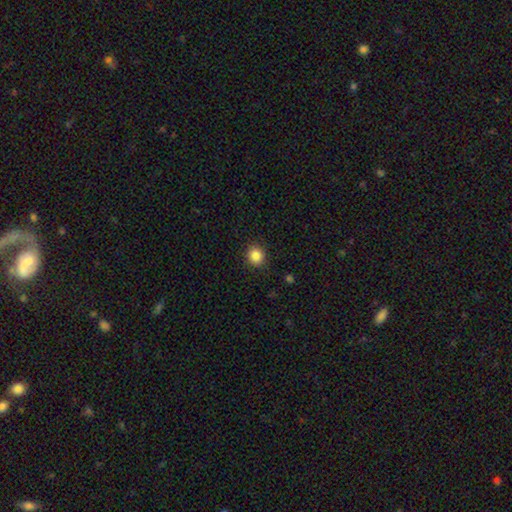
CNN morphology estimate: A smooth galaxy with no disk features (86%) that is round (83%).

Vote fractions:
- Smooth or featured? smooth: 86% / star or artifact: 10% / featured or disk: 4%
- How rounded? round: 83% / in between: 16% / cigar-shaped: 1%
- Merging? none: 90% / minor disturbance: 7% / major disturbance: 2% / merger: 1%